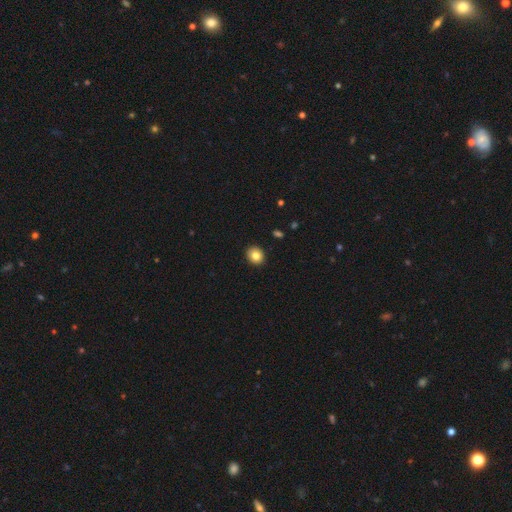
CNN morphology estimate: Smooth or featured? smooth (83%)
How rounded? round (71%)
Merging? none (92%)